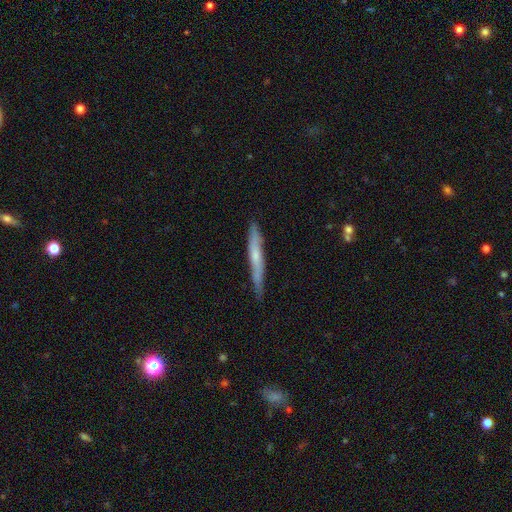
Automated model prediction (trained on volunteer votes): Smooth or featured? featured or disk (48%)
Merging? none (83%)